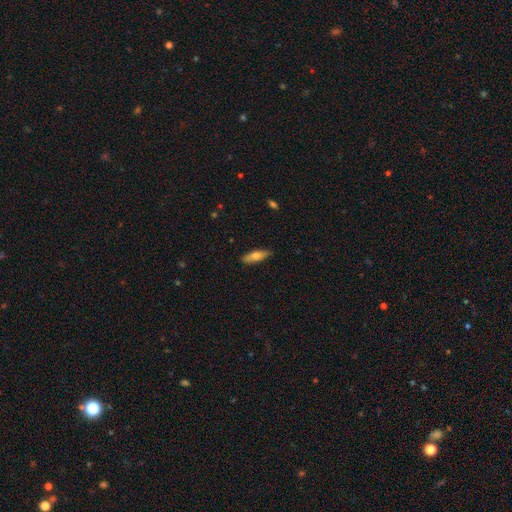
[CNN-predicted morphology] Smooth or featured?
  - smooth: 67% *
  - featured or disk: 27%
  - star or artifact: 6%
How rounded?
  - cigar-shaped: 50% *
  - in between: 48%
  - round: 2%
Merging?
  - none: 86% *
  - minor disturbance: 11%
  - major disturbance: 2%
  - merger: 1%